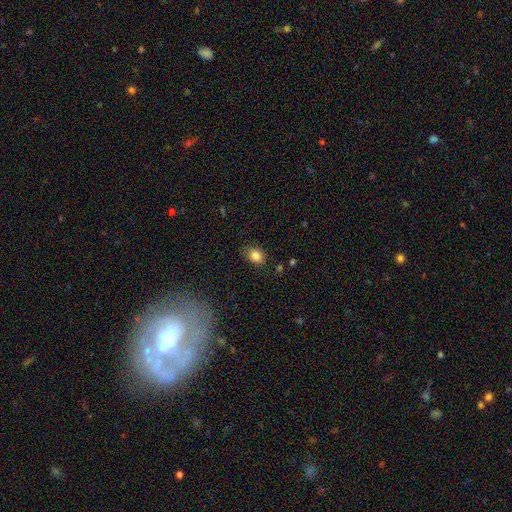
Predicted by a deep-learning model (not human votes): Morphology: type=smooth (83%); roundness=in between (58%); merging=none (79%).